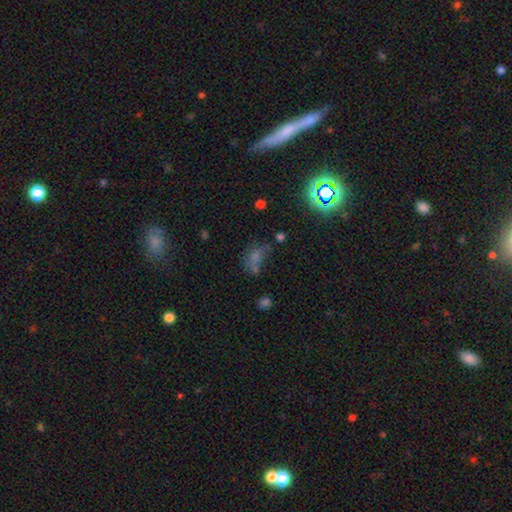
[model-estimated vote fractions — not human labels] This is marginally a smooth galaxy (45%). Merging: marginally none (45%).